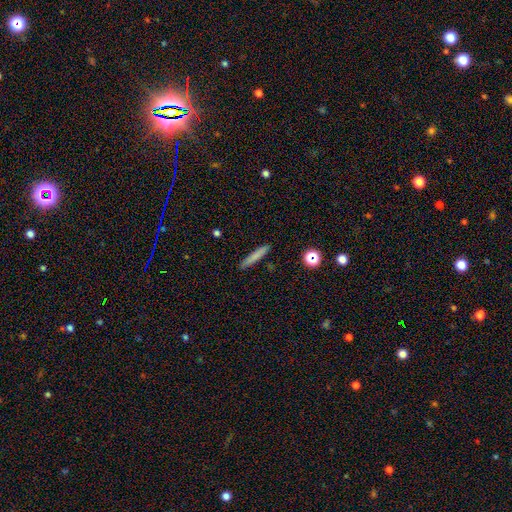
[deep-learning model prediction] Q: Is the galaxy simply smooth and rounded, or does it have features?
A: smooth — 77%.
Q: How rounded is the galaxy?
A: cigar-shaped — 94%.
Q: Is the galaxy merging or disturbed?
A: none — 89%.